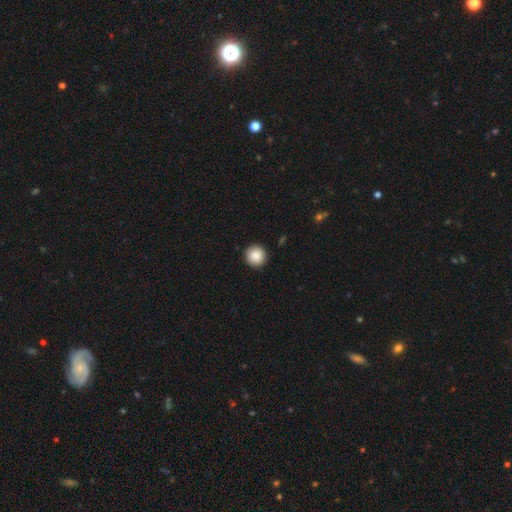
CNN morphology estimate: Smooth or featured: smooth — 88% (star or artifact — 8%)
How rounded: round — 95% (in between — 4%)
Merging: none — 92% (minor disturbance — 5%)